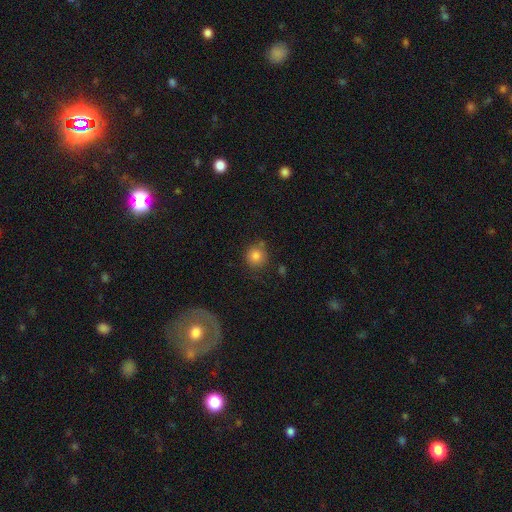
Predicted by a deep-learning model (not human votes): Smooth or featured? smooth (82%)
How rounded? round (91%)
Merging? none (76%)